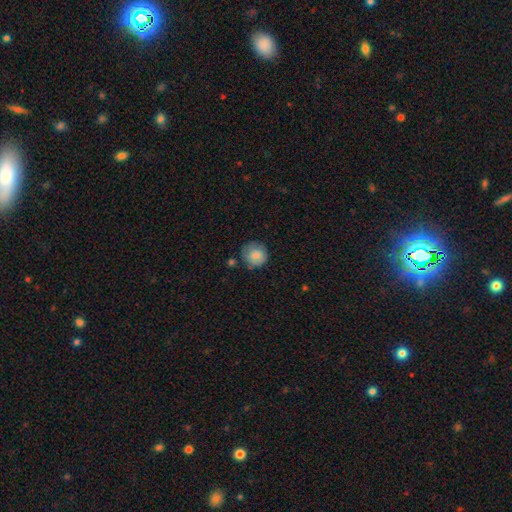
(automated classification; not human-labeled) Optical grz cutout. It shows a smooth galaxy with no disk features (80%) that is round (90%). Merging: none (70%).